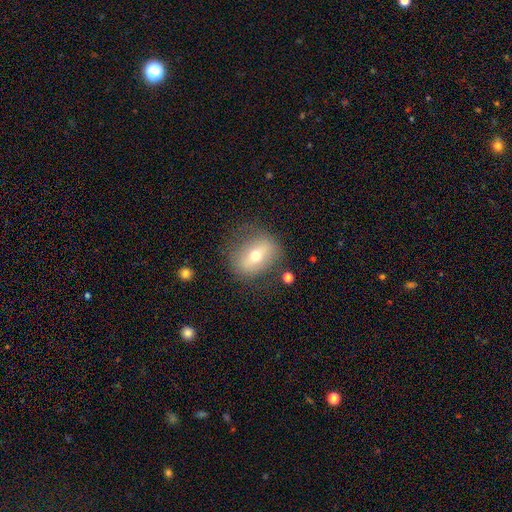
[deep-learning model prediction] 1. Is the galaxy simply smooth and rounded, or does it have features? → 48% smooth, 42% featured or disk, 10% star or artifact.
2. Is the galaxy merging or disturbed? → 74% none, 16% minor disturbance, 8% major disturbance, 2% merger.